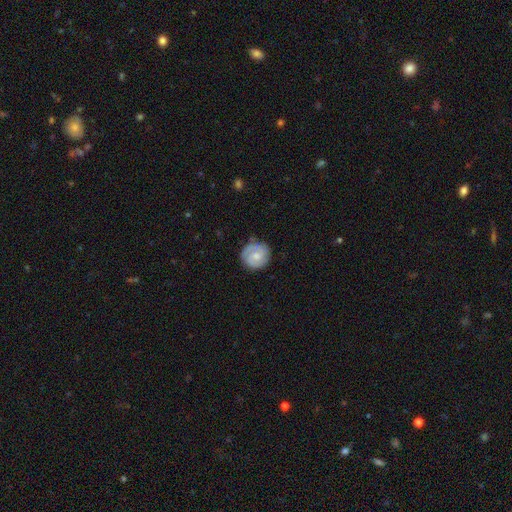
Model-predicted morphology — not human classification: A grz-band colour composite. It shows a featured or disk galaxy (58%) with no bar (65%), spiral arms (88%) and a moderate central bulge (45%). Merging: none (77%).